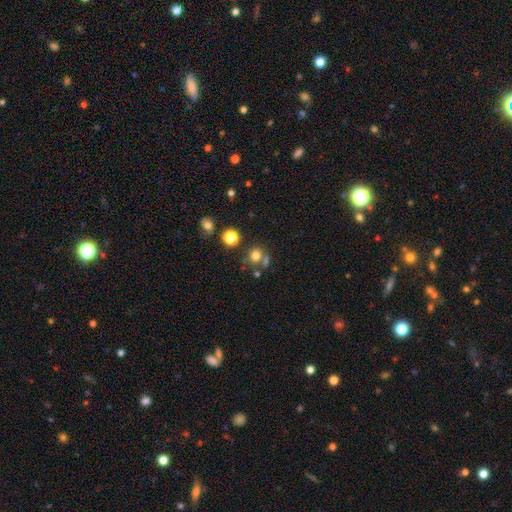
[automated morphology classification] smooth_or_featured: smooth (p=0.73) [alt: star or artifact p=0.17]
how_rounded: round (p=0.81) [alt: in between p=0.18]
merging: none (p=0.61) [alt: merger p=0.23]